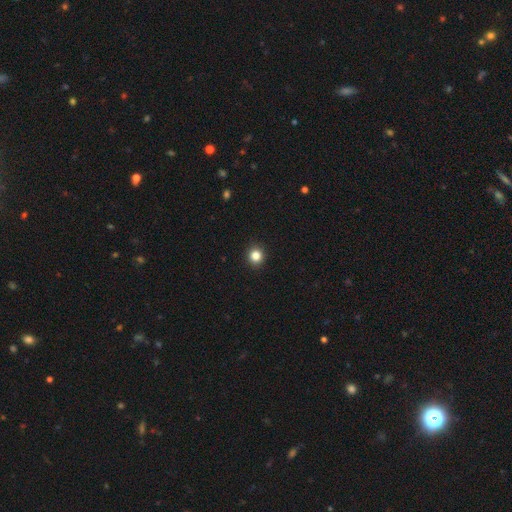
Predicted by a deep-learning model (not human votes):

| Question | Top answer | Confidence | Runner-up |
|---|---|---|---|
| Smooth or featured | smooth | 84% | star or artifact (12%) |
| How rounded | round | 91% | in between (8%) |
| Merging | none | 93% | minor disturbance (5%) |